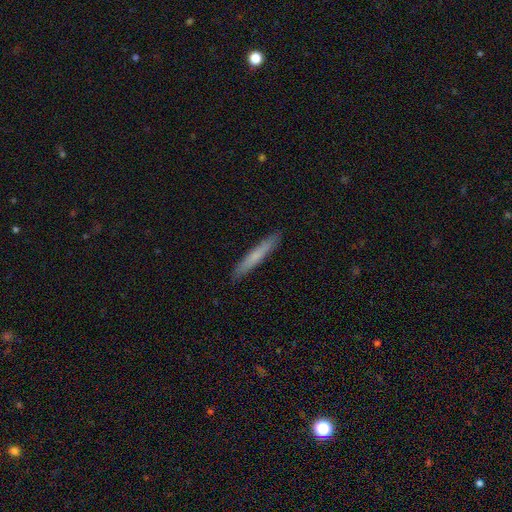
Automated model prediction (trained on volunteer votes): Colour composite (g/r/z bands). It shows a smooth galaxy with no disk features (69%) that is cigar-shaped (95%). Merging: none (92%).